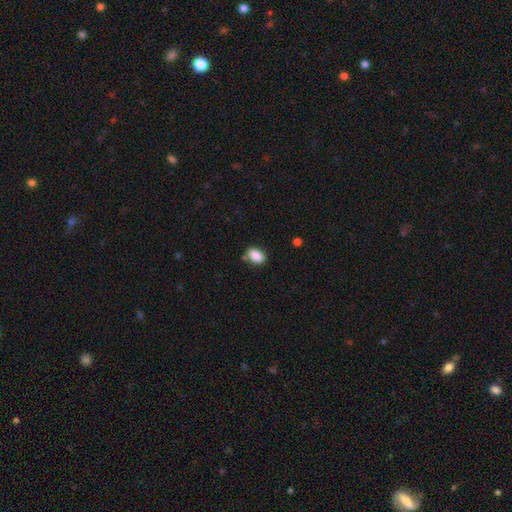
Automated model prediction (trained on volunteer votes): Smooth or featured: smooth — 88% (star or artifact — 8%)
How rounded: in between — 84% (round — 15%)
Merging: none — 73% (minor disturbance — 18%)